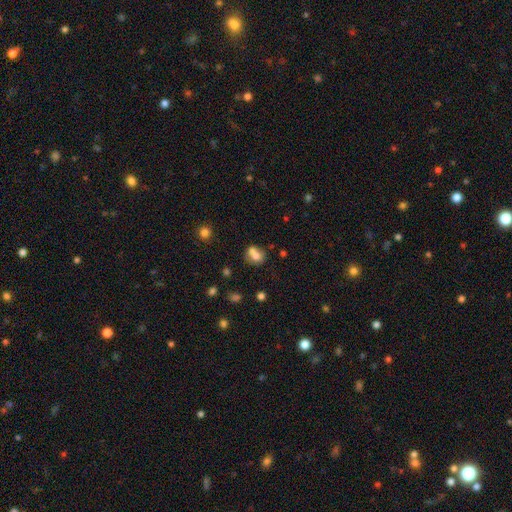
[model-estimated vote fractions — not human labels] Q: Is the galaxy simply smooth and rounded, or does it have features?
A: smooth — 69%.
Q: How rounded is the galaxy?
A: round — 68%.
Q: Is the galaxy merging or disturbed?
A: merger — 53%.